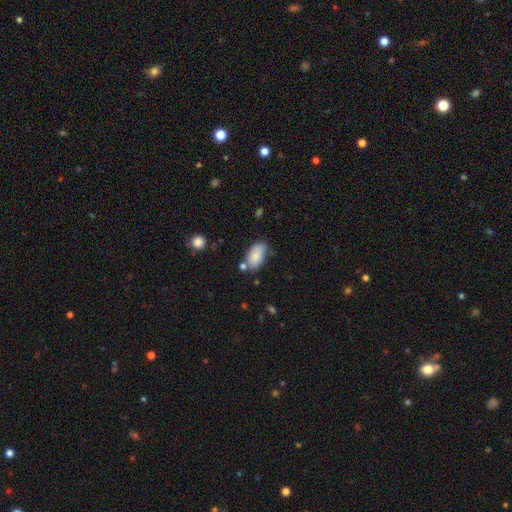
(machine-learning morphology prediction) A smooth galaxy with no disk features (80%) that is in between round and cigar-shaped (93%).

Vote fractions:
- Smooth or featured? smooth: 80% / featured or disk: 13% / star or artifact: 7%
- How rounded? in between: 93% / round: 5% / cigar-shaped: 2%
- Merging? none: 59% / minor disturbance: 25% / merger: 11% / major disturbance: 6%